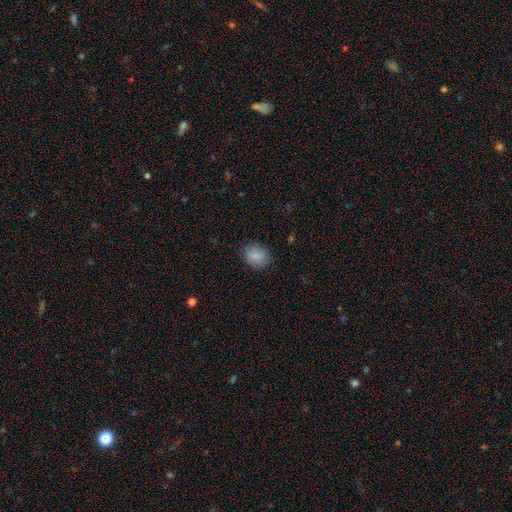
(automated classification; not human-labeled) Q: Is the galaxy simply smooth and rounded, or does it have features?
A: smooth — 85%.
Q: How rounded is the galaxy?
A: in between — 62%.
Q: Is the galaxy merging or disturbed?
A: none — 83%.